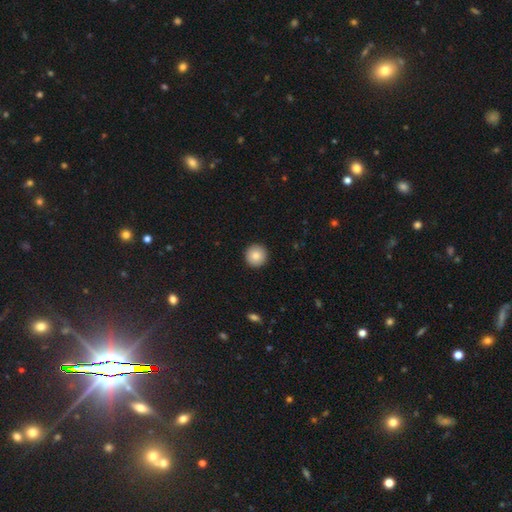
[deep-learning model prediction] This is clearly a smooth galaxy (85%). How rounded: clearly round (96%). Merging: clearly none (93%).